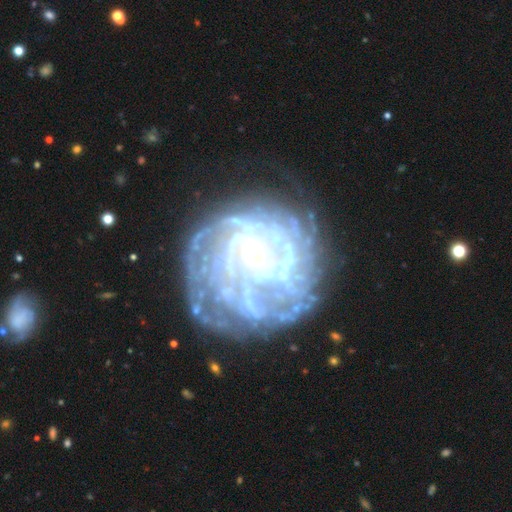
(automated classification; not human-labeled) smooth-or-featured: featured or disk: 85% | star or artifact: 9% | smooth: 7%
  disk-edge-on: no: 98% | yes: 2%
    bar: no: 61% | weak: 28% | strong: 11%
    has-spiral-arms: yes: 90% | no: 10%
      spiral-winding: tight: 67% | medium: 24% | loose: 9%
      spiral-arm-count: can't tell: 32% | more than 4: 19% | 4: 17% | 3: 13% | 2: 12% | 1: 8%
    bulge-size: small: 69% | none: 19% | moderate: 9% | large: 2% | dominant: 1%
  merging: none: 64% | minor disturbance: 17% | major disturbance: 15% | merger: 4%